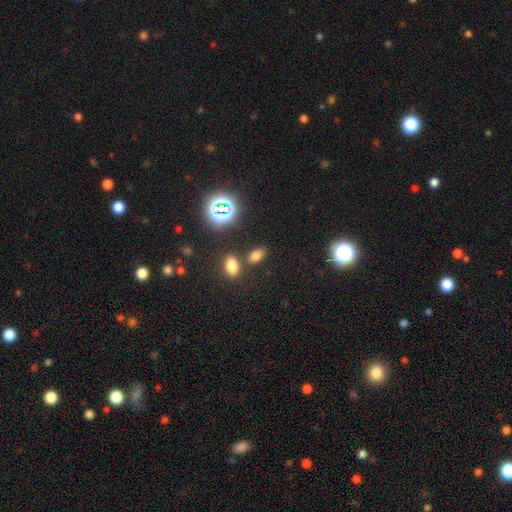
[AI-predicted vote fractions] smooth 70%, star or artifact 23%, featured or disk 7%. Down the decision tree: how rounded — in between (86%); merging — none (74%).